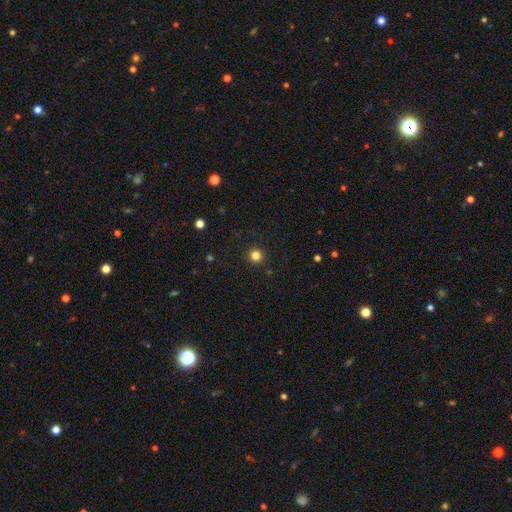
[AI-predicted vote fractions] Q: Smooth or featured?
A: smooth (82%); runner-up: star or artifact (14%)
Q: How rounded?
A: round (95%); runner-up: in between (4%)
Q: Merging?
A: none (93%); runner-up: minor disturbance (5%)